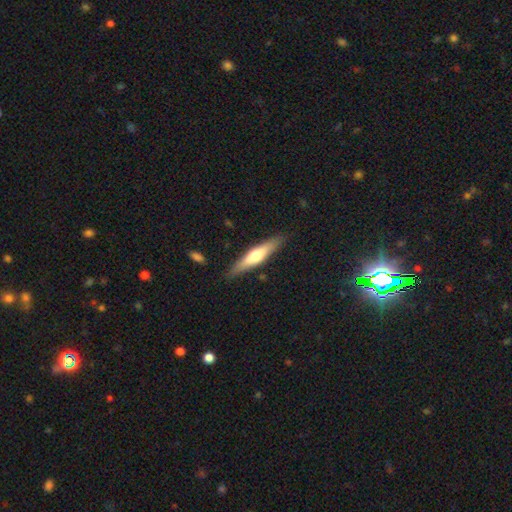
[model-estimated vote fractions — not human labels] Smooth or featured?
  - featured or disk: 49% *
  - smooth: 46%
  - star or artifact: 5%
Merging?
  - none: 87% *
  - minor disturbance: 9%
  - major disturbance: 2%
  - merger: 1%